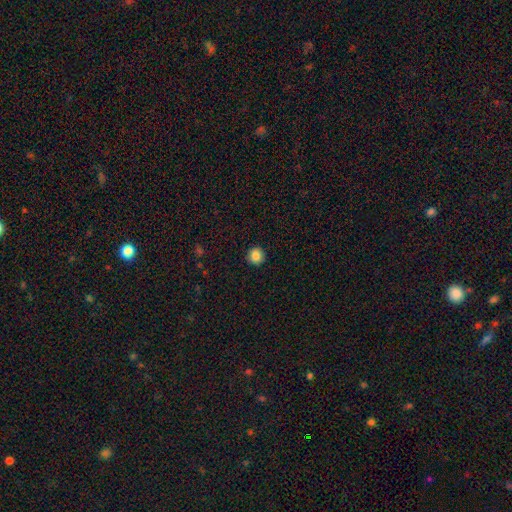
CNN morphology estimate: smooth 86%, star or artifact 10%, featured or disk 5%. Down the decision tree: how rounded — round (95%); merging — none (93%).